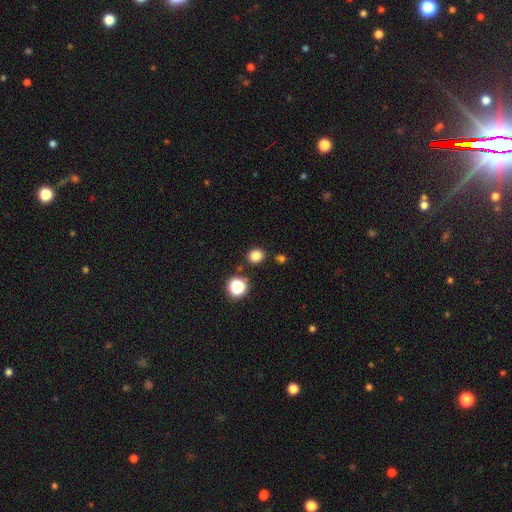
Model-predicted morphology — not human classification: A smooth galaxy with no disk features (82%) that is round (77%). Merging: none (85%).